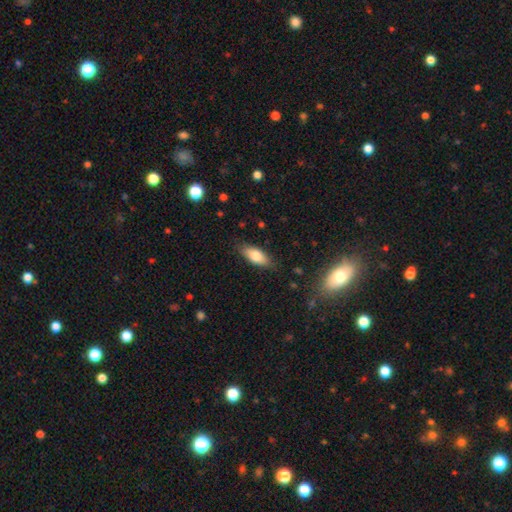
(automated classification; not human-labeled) Overall: smooth (79%). How rounded: in between (80%). Merging: none (81%).